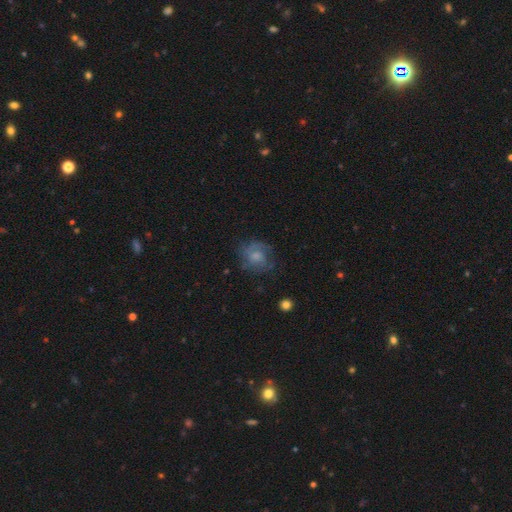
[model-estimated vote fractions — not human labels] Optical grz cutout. It shows a featured or disk galaxy (46%). Merging: none (61%).